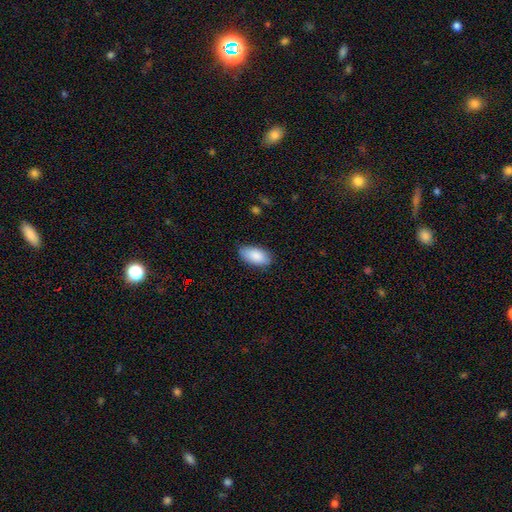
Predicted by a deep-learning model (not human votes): smooth_or_featured: smooth (p=0.89) [alt: star or artifact p=0.06]
how_rounded: in between (p=0.94) [alt: cigar-shaped p=0.04]
merging: none (p=0.85) [alt: minor disturbance p=0.12]